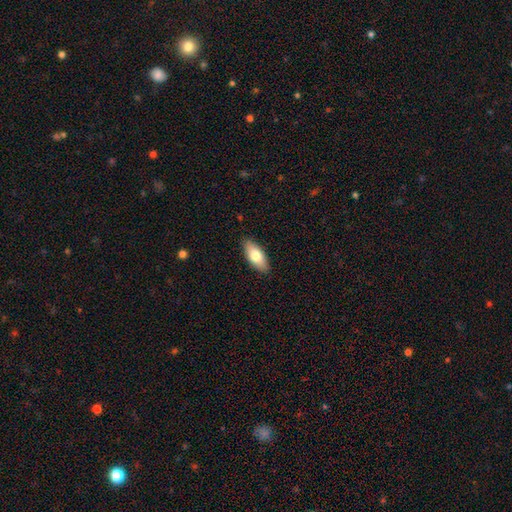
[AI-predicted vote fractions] The model was most divided on "smooth or featured": smooth: 76%, featured or disk: 18%, star or artifact: 6%. More confident: merging — none (88%); how rounded — in between (87%).